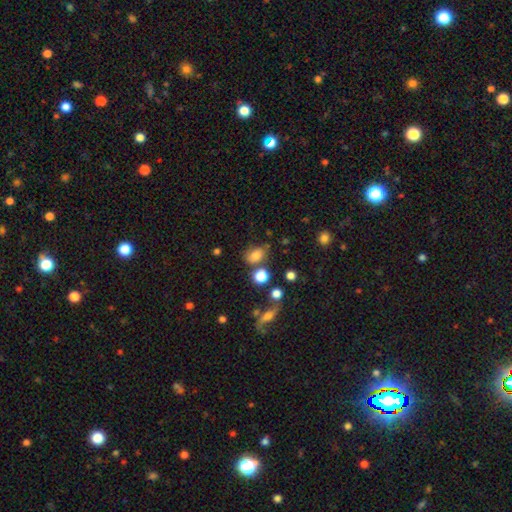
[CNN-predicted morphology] smooth 77%, star or artifact 13%, featured or disk 10%. Down the decision tree: how rounded — in between (71%); merging — none (64%).